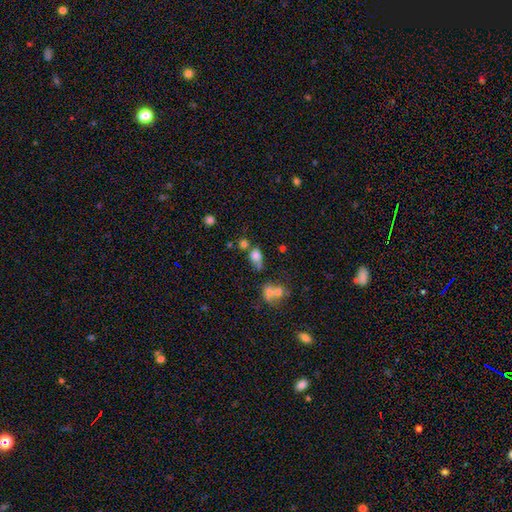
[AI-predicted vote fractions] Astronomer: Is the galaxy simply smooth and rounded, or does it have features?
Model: smooth — 75%.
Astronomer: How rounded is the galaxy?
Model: in between — 63%.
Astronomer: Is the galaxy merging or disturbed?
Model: none — 37% (runner-up: merger, 32%).